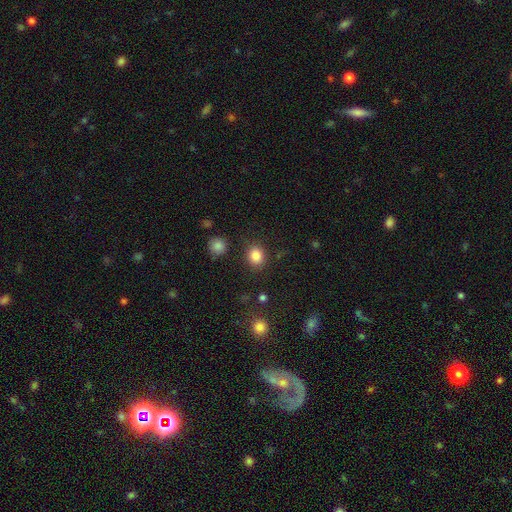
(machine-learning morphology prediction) Smooth or featured?
  - smooth: 85% *
  - star or artifact: 10%
  - featured or disk: 5%
How rounded?
  - round: 65% *
  - in between: 34%
  - cigar-shaped: 1%
Merging?
  - none: 85% *
  - minor disturbance: 9%
  - major disturbance: 3%
  - merger: 3%